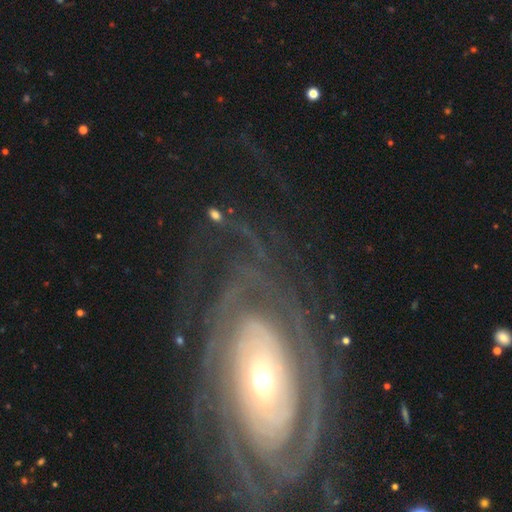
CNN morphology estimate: A featured or disk galaxy (82%) with no bar (73%), tight (70%) spiral arms (85%) and a small central bulge (49%). Merging: none (68%).